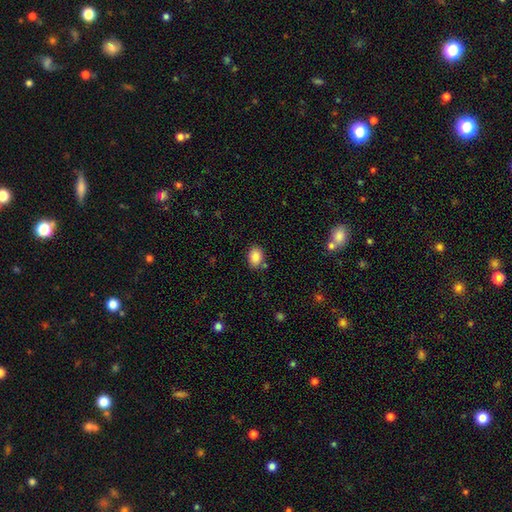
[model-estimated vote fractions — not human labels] Q: Smooth or featured?
A: smooth (87%); runner-up: star or artifact (8%)
Q: How rounded?
A: in between (72%); runner-up: round (27%)
Q: Merging?
A: none (79%); runner-up: minor disturbance (12%)